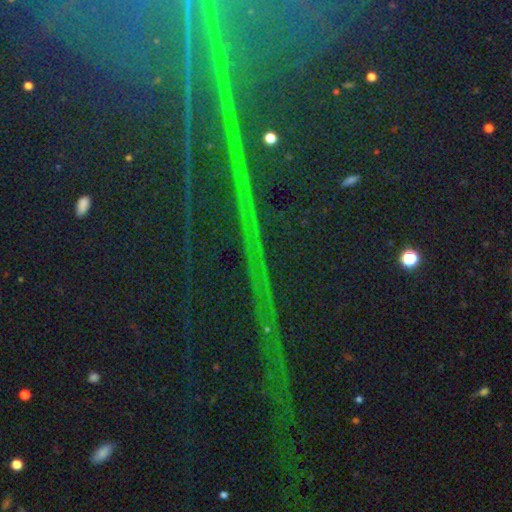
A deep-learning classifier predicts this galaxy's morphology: type=star or artifact (88%).